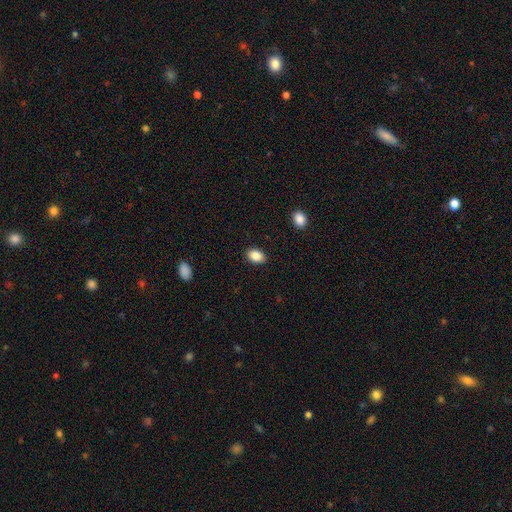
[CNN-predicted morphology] smooth-or-featured: smooth: 88% | star or artifact: 8% | featured or disk: 4%
  how-rounded: in between: 79% | round: 19% | cigar-shaped: 1%
  merging: none: 89% | minor disturbance: 8% | major disturbance: 2% | merger: 1%